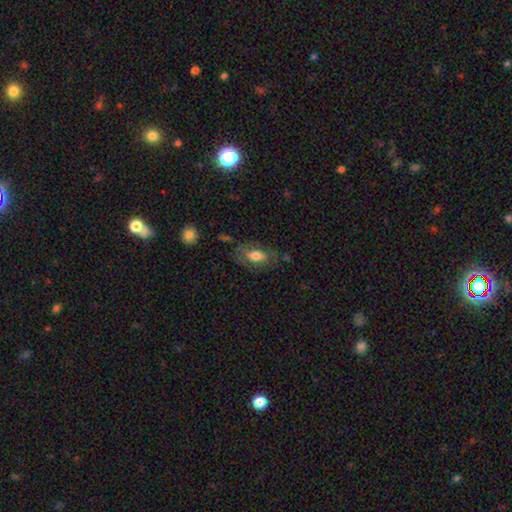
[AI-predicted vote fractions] Smooth or featured: smooth — 62% (featured or disk — 30%)
How rounded: in between — 88% (cigar-shaped — 7%)
Merging: none — 66% (minor disturbance — 20%)